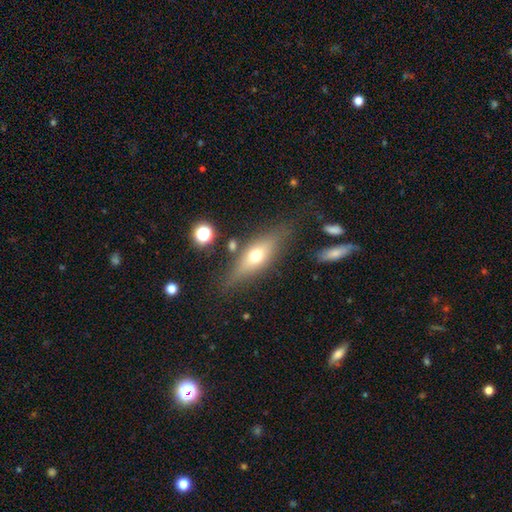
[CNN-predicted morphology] A smooth galaxy with no disk features (49%).

Vote fractions:
- Smooth or featured? smooth: 49% / featured or disk: 42% / star or artifact: 9%
- Merging? none: 76% / minor disturbance: 15% / major disturbance: 5% / merger: 4%